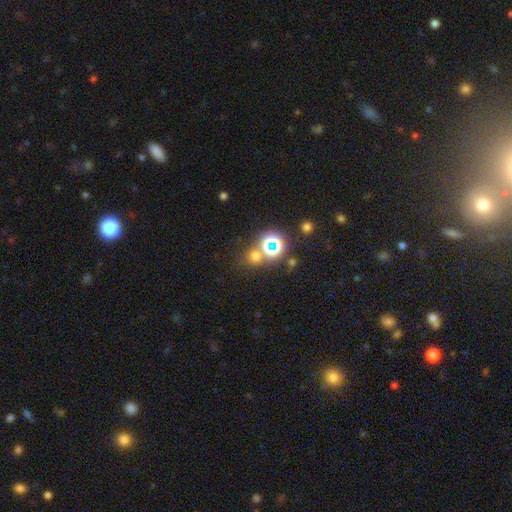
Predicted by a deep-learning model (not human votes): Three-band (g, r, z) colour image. It shows a smooth galaxy with no disk features (56%) that is round (85%). Merging: none (68%).